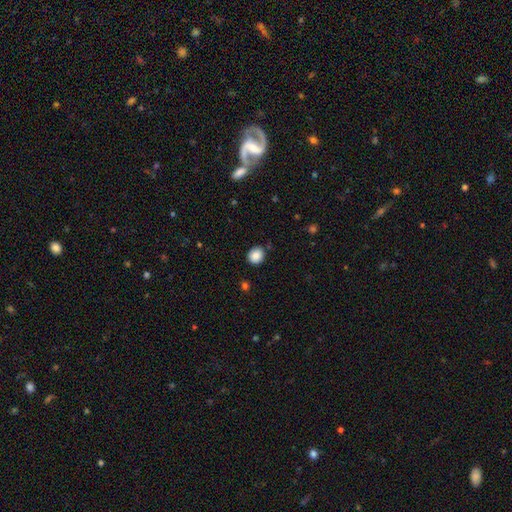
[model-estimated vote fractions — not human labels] smooth-or-featured: smooth: 87% | star or artifact: 9% | featured or disk: 4%
  how-rounded: round: 73% | in between: 26% | cigar-shaped: 1%
  merging: none: 85% | minor disturbance: 10% | major disturbance: 2% | merger: 2%